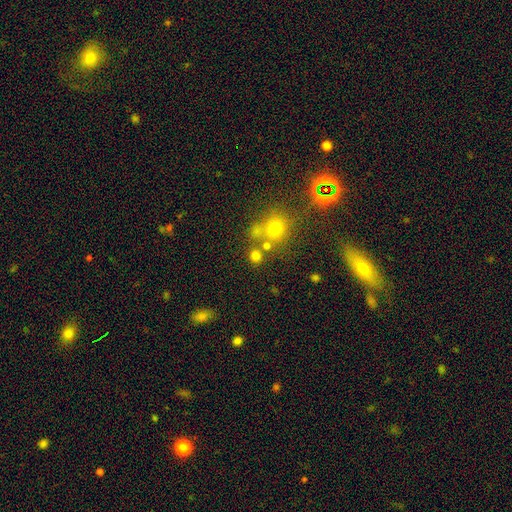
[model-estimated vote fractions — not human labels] This appears to be a smooth galaxy with no disk features (74%) that is round (85%). Merging: none (70%).